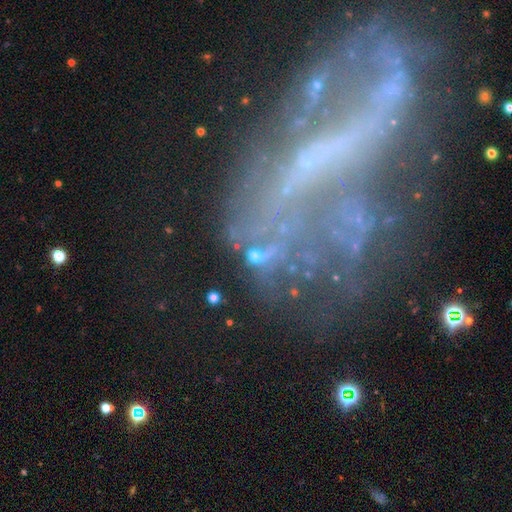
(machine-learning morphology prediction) This appears to be a featured or disk galaxy (38%). Merging: none (45%).